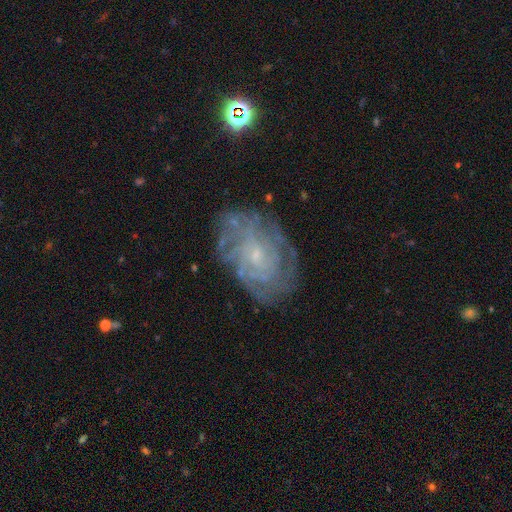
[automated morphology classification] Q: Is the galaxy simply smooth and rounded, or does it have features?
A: featured or disk — 76%.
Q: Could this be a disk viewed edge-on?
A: no — 96%.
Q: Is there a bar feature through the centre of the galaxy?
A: no — 71%.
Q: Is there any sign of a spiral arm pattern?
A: yes — 86%.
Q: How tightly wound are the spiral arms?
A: tight — 68%.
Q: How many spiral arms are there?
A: can't tell — 55%.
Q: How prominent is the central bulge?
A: small — 77%.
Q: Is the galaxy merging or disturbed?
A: none — 73%.